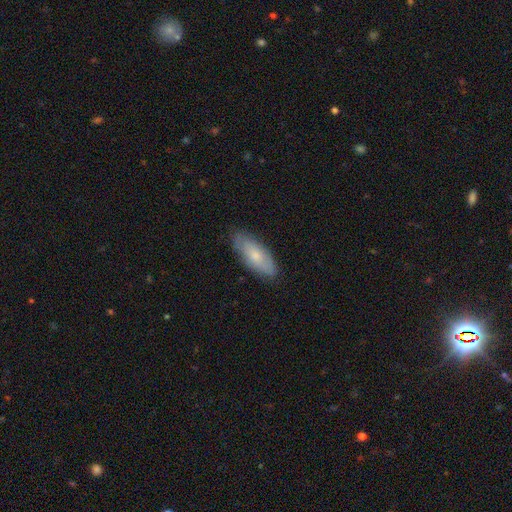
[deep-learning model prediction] smooth 65%, featured or disk 29%, star or artifact 6%. Down the decision tree: how rounded — in between (77%); merging — none (81%).